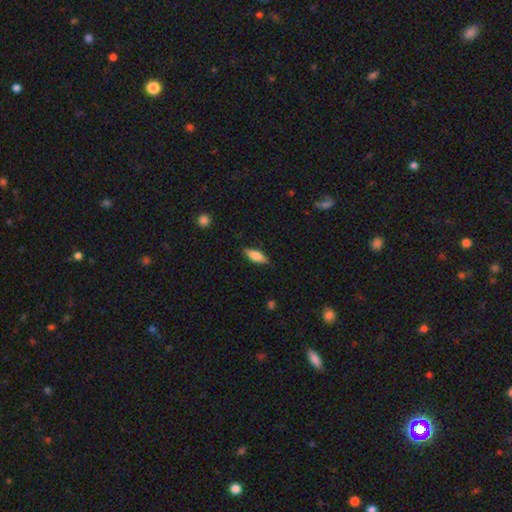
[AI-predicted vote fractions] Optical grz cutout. It shows a smooth galaxy with no disk features (66%) that is in between round and cigar-shaped (59%). Merging: none (84%).